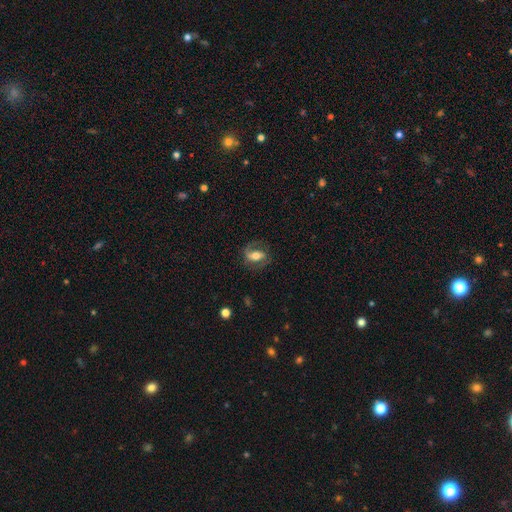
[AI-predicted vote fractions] Smooth or featured? Predicted: featured or disk (p=0.62). Edge-on disk? Predicted: no (p=0.92). Bar? Predicted: strong (p=0.41). Spiral arms? Predicted: yes (p=0.79). Bulge size? Predicted: moderate (p=0.64). Merging? Predicted: none (p=0.69).